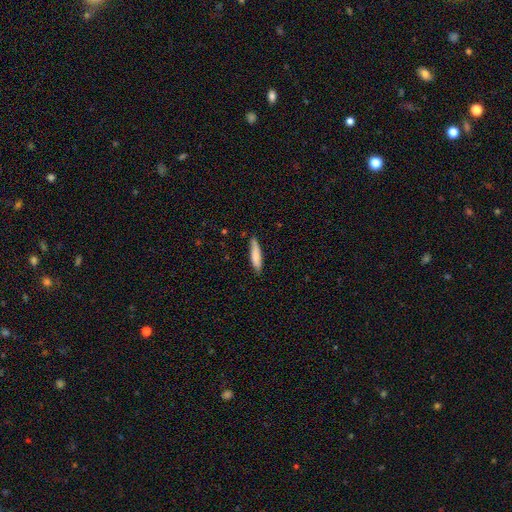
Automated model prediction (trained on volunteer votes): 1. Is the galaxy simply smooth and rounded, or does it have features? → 79% smooth, 15% featured or disk, 6% star or artifact.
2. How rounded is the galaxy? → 80% cigar-shaped, 19% in between, 1% round.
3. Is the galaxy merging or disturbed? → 79% none, 17% minor disturbance, 2% major disturbance, 2% merger.